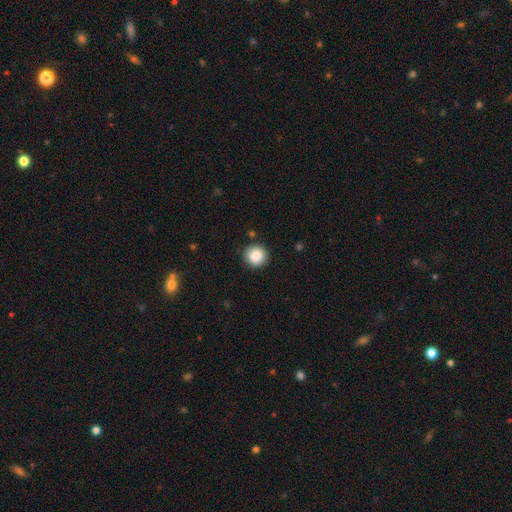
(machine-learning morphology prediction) smooth 86%, star or artifact 9%, featured or disk 5%. Down the decision tree: how rounded — round (94%); merging — none (89%).